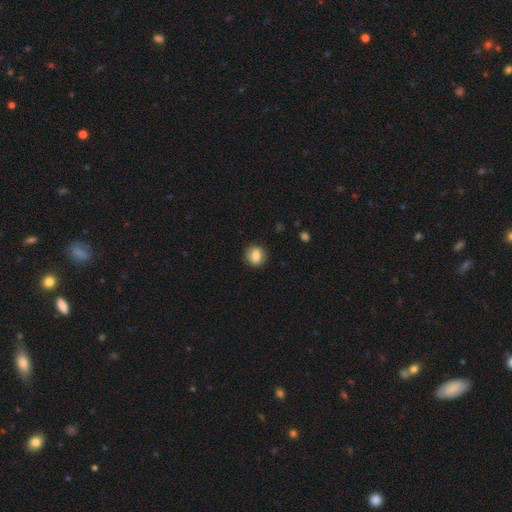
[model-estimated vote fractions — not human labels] Smooth or featured?
  - smooth: 80% *
  - featured or disk: 11%
  - star or artifact: 8%
How rounded?
  - round: 69% *
  - in between: 30%
  - cigar-shaped: 1%
Merging?
  - none: 85% *
  - minor disturbance: 11%
  - major disturbance: 3%
  - merger: 1%